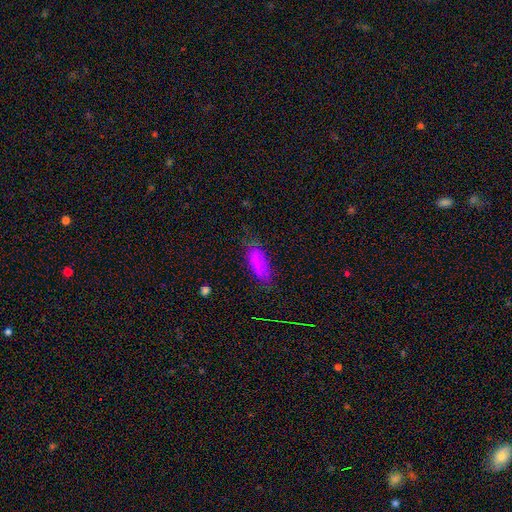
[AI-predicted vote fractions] Smooth or featured: smooth — 82% (featured or disk — 9%)
How rounded: in between — 69% (cigar-shaped — 29%)
Merging: none — 72% (minor disturbance — 21%)